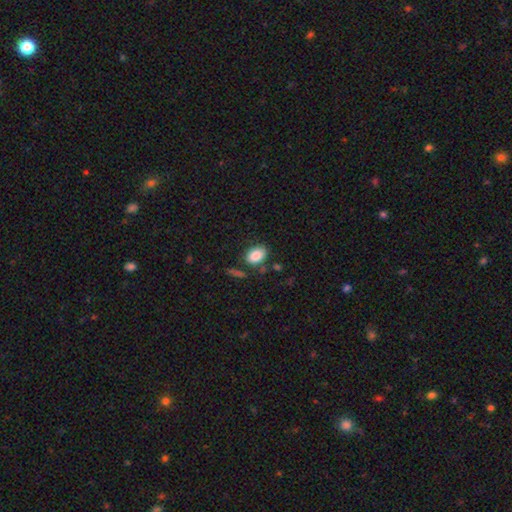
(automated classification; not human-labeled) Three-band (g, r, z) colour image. It shows a smooth galaxy with no disk features (86%) that is in between round and cigar-shaped (85%). Merging: none (76%).